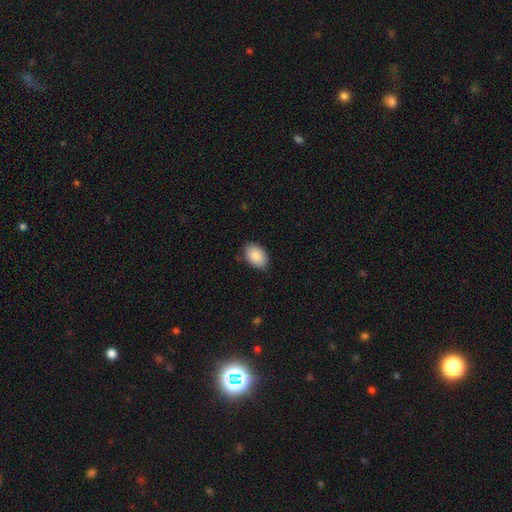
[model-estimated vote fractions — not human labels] Morphology: type=smooth (88%); roundness=in between (89%); merging=none (79%).